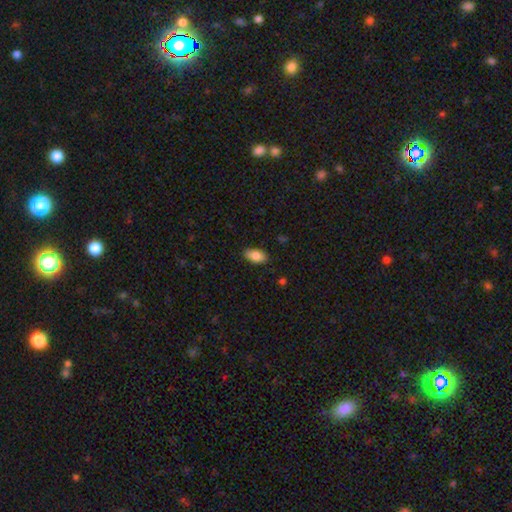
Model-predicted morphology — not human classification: A smooth galaxy with no disk features (84%) that is in between round and cigar-shaped (93%). Merging: none (87%).